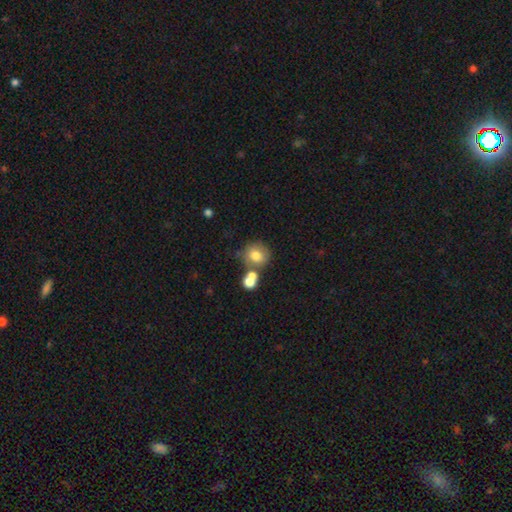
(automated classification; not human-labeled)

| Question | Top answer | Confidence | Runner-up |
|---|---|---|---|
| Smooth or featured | smooth | 74% | featured or disk (16%) |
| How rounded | round | 82% | in between (17%) |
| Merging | none | 53% | merger (29%) |